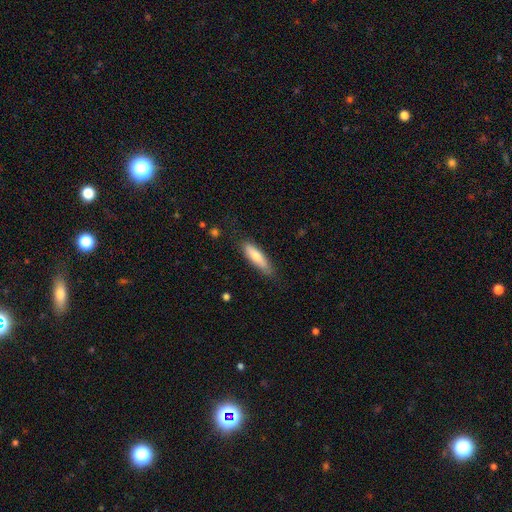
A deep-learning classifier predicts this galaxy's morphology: smooth_or_featured: smooth (p=0.72) [alt: featured or disk p=0.22]
how_rounded: cigar-shaped (p=0.63) [alt: in between p=0.35]
merging: none (p=0.80) [alt: minor disturbance p=0.15]